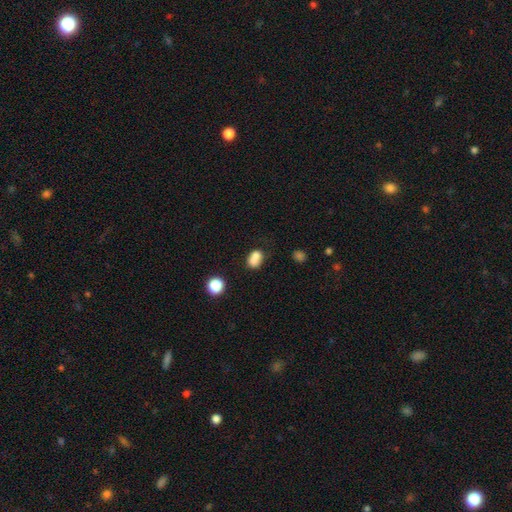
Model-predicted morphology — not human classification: Overall: smooth (75%). How rounded: in between (61%; round 37%). Merging: merger (46%; none 33%).